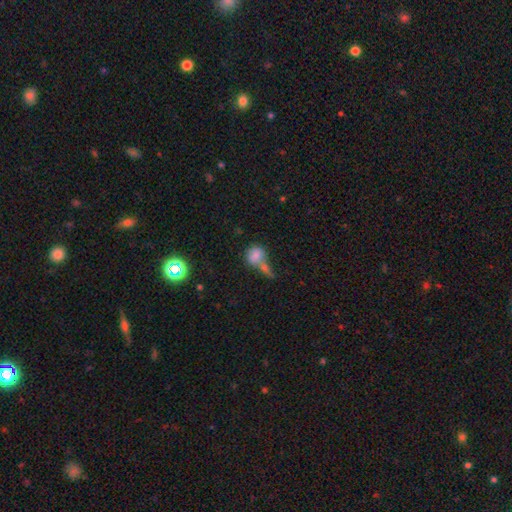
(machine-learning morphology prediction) Smooth or featured? smooth (77%)
How rounded? round (61%)
Merging? merger (52%)